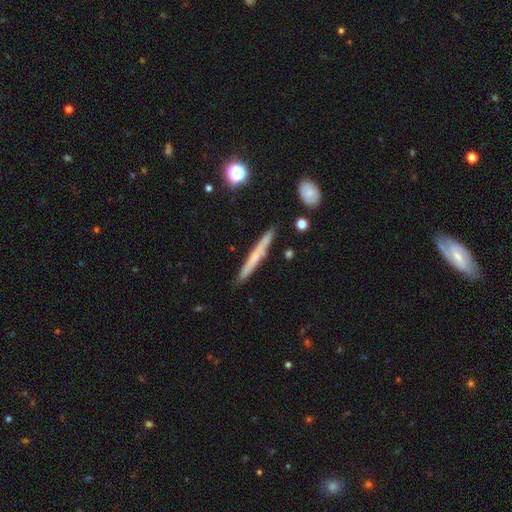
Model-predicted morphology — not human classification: A featured or disk galaxy (49%).

Vote fractions:
- Smooth or featured? featured or disk: 49% / smooth: 44% / star or artifact: 7%
- Merging? none: 87% / minor disturbance: 9% / merger: 2% / major disturbance: 2%